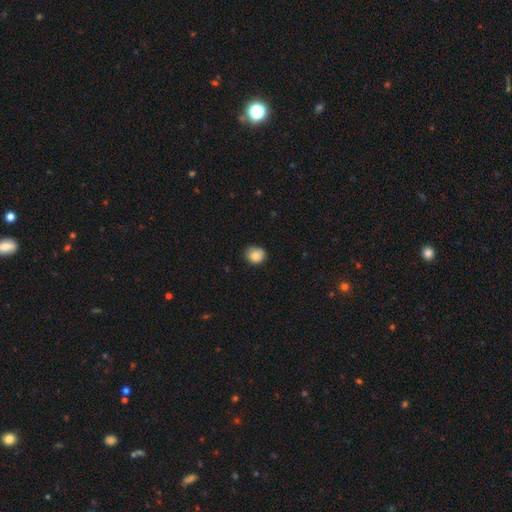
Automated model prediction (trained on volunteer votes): Overall: smooth (82%). How rounded: round (81%). Merging: none (72%).